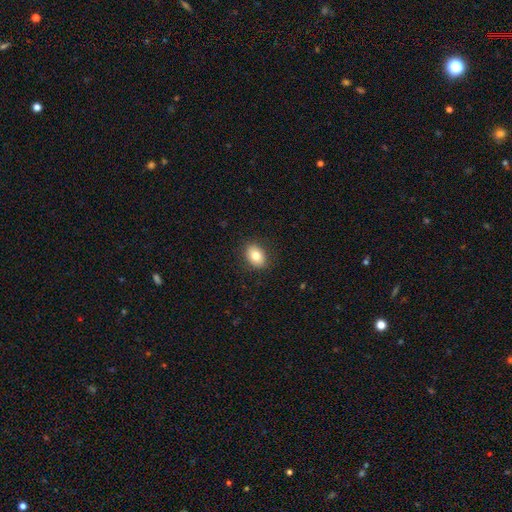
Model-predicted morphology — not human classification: A smooth galaxy with no disk features (81%) that is in between round and cigar-shaped (76%).

Vote fractions:
- Smooth or featured? smooth: 81% / featured or disk: 11% / star or artifact: 8%
- How rounded? in between: 76% / round: 22% / cigar-shaped: 1%
- Merging? none: 88% / minor disturbance: 8% / major disturbance: 2% / merger: 1%